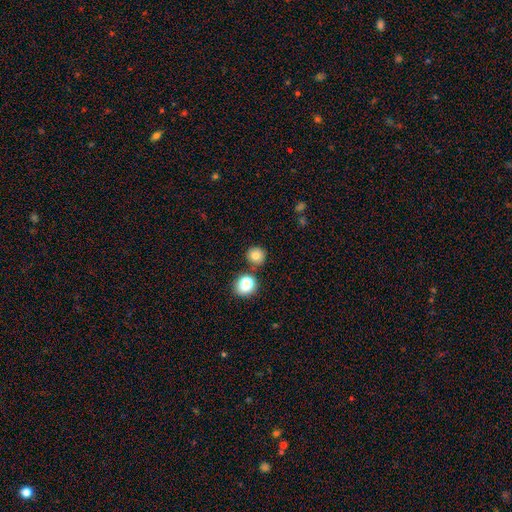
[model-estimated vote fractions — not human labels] Smooth or featured? Predicted: smooth (p=0.79). How rounded? Predicted: round (p=0.91). Merging? Predicted: none (p=0.82).